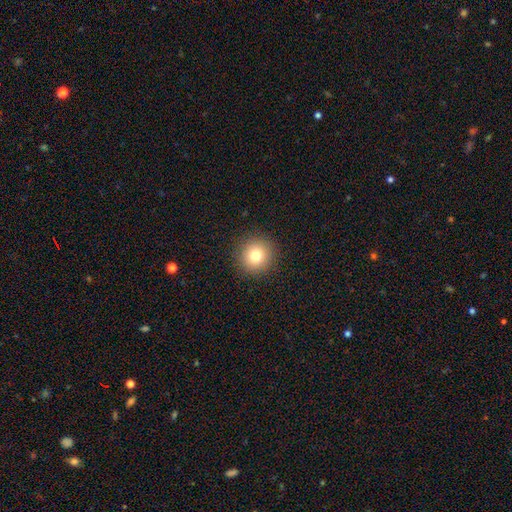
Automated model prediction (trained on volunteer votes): This appears to be a smooth galaxy with no disk features (79%) that is round (94%). Merging: none (91%).